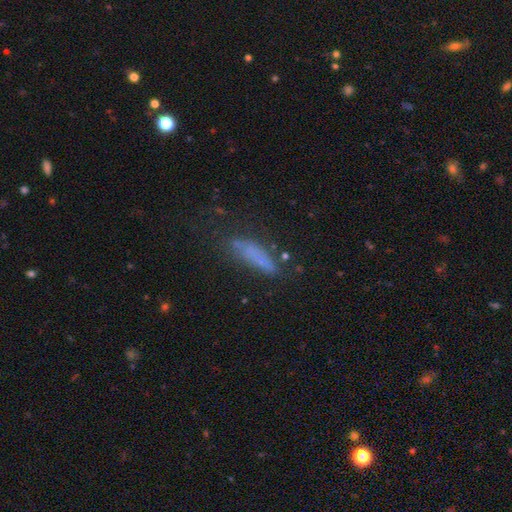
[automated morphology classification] This appears to be a smooth galaxy with no disk features (63%) that is cigar-shaped (72%). Merging: none (55%).